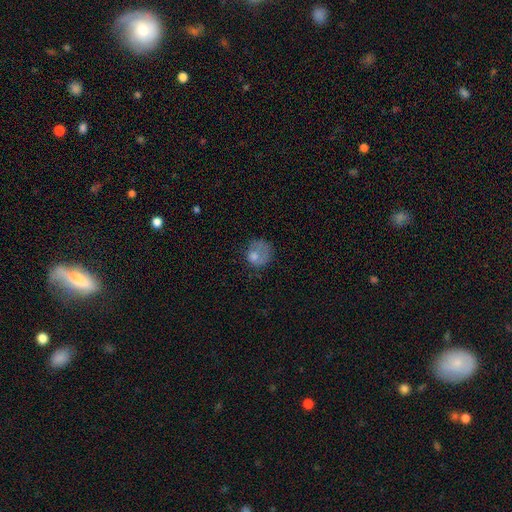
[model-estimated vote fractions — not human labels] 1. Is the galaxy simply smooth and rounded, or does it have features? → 69% smooth, 21% featured or disk, 10% star or artifact.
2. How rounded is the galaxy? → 72% round, 27% in between, 1% cigar-shaped.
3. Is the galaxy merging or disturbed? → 37% none, 35% major disturbance, 25% minor disturbance, 3% merger.